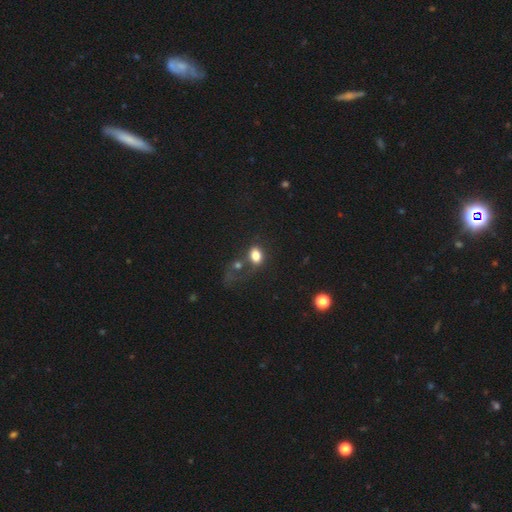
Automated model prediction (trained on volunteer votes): Smooth or featured?
  - smooth: 79% *
  - star or artifact: 11%
  - featured or disk: 11%
How rounded?
  - in between: 73% *
  - round: 25%
  - cigar-shaped: 2%
Merging?
  - none: 40% *
  - merger: 30%
  - major disturbance: 16%
  - minor disturbance: 14%